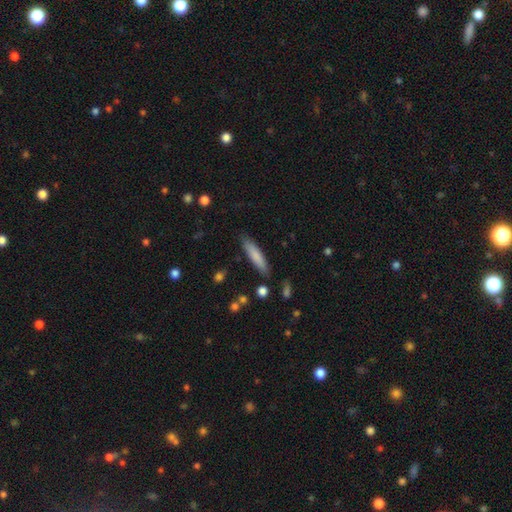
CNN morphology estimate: smooth 78%, featured or disk 15%, star or artifact 6%. Down the decision tree: how rounded — cigar-shaped (81%); merging — none (84%).